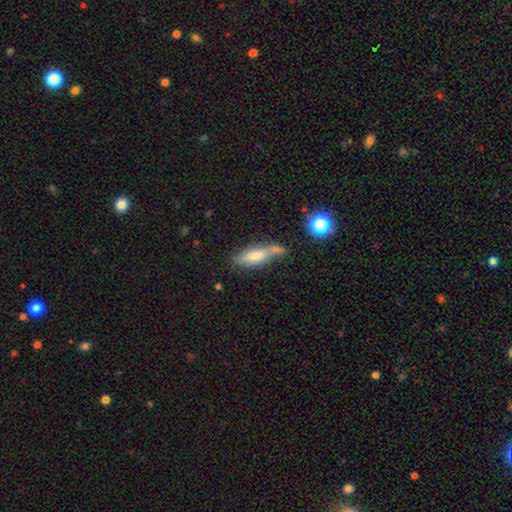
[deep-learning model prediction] smooth_or_featured: smooth (p=0.68) [alt: featured or disk p=0.24]
how_rounded: in between (p=0.54) [alt: cigar-shaped p=0.44]
merging: none (p=0.45) [alt: merger p=0.25]